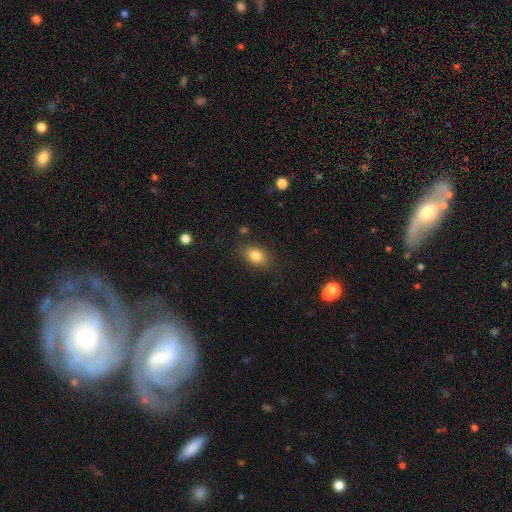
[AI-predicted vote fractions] A smooth galaxy with no disk features (84%) that is in between round and cigar-shaped (82%).

Vote fractions:
- Smooth or featured? smooth: 84% / star or artifact: 9% / featured or disk: 7%
- How rounded? in between: 82% / round: 16% / cigar-shaped: 2%
- Merging? none: 83% / minor disturbance: 11% / major disturbance: 4% / merger: 2%